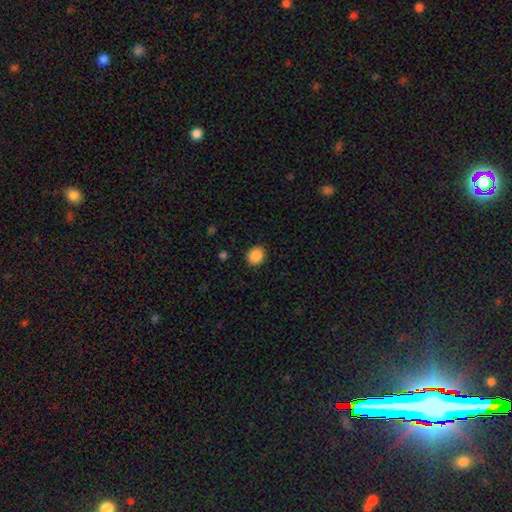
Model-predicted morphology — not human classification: smooth_or_featured: smooth (p=0.88) [alt: star or artifact p=0.09]
how_rounded: round (p=0.70) [alt: in between p=0.29]
merging: none (p=0.90) [alt: minor disturbance p=0.07]